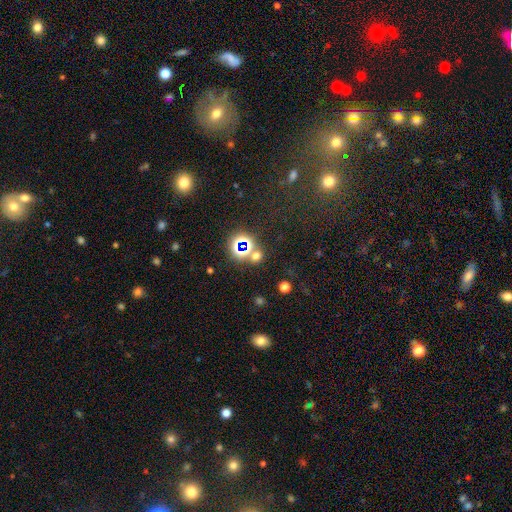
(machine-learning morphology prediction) A star or artifact, not a galaxy (50%).